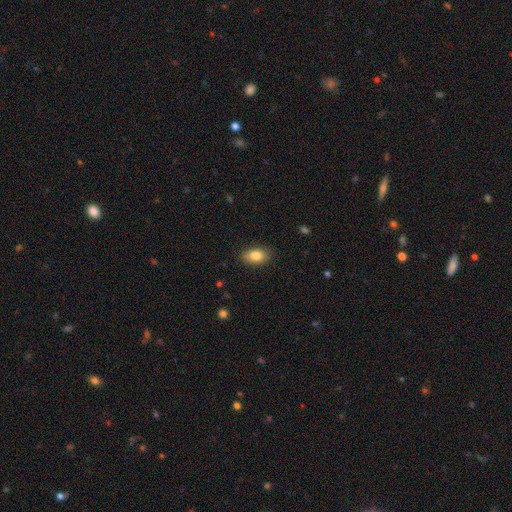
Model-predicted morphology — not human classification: Smooth or featured: smooth — 84% (featured or disk — 8%)
How rounded: in between — 89% (round — 9%)
Merging: none — 85% (minor disturbance — 12%)